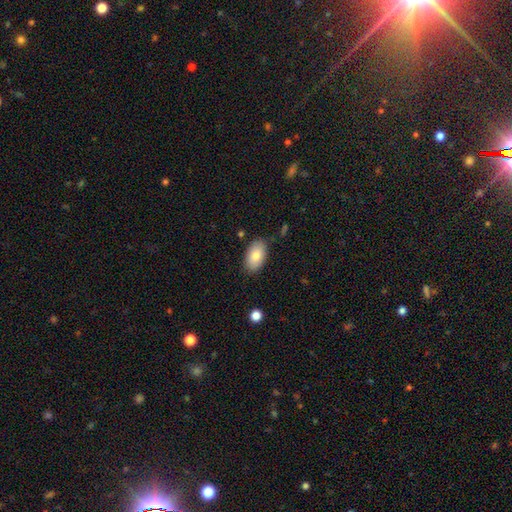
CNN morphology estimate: Smooth or featured?
  - smooth: 82% *
  - featured or disk: 11%
  - star or artifact: 6%
How rounded?
  - in between: 94% *
  - round: 4%
  - cigar-shaped: 2%
Merging?
  - none: 84% *
  - minor disturbance: 12%
  - major disturbance: 3%
  - merger: 2%